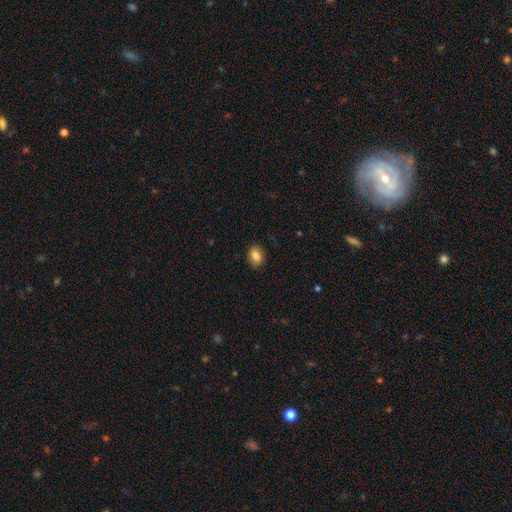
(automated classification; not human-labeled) Overall: smooth (85%). How rounded: in between (73%). Merging: none (83%).